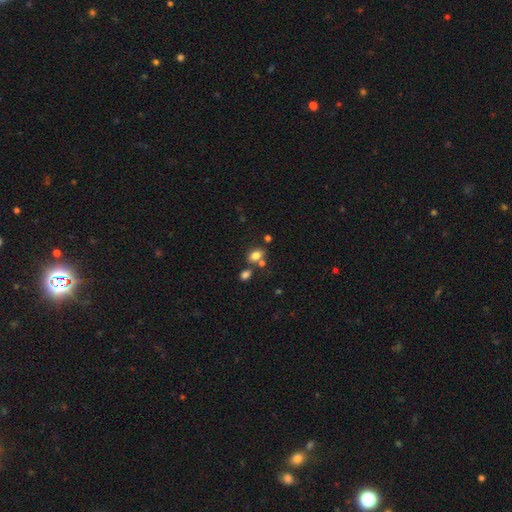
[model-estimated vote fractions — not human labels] Smooth or featured?
  - smooth: 79% *
  - star or artifact: 12%
  - featured or disk: 10%
How rounded?
  - in between: 78% *
  - round: 20%
  - cigar-shaped: 2%
Merging?
  - none: 59% *
  - merger: 24%
  - minor disturbance: 13%
  - major disturbance: 5%